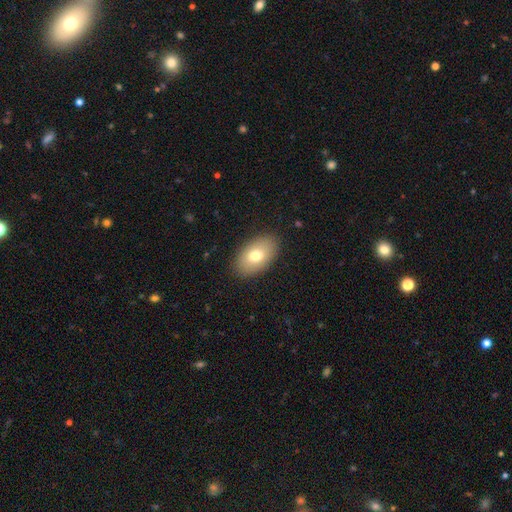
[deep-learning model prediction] Smooth or featured? smooth (75%)
How rounded? in between (92%)
Merging? none (88%)